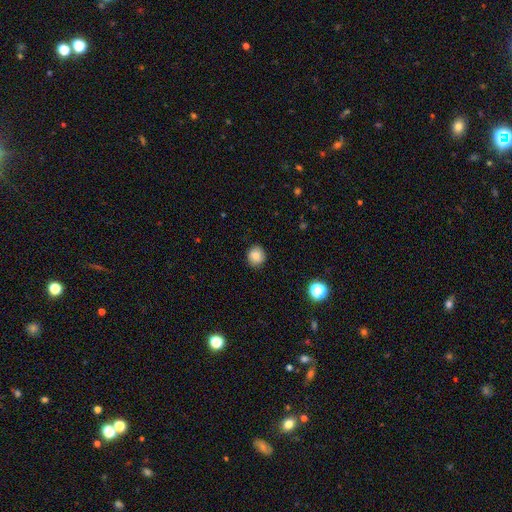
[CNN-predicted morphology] A smooth galaxy with no disk features (83%) that is round (88%). Merging: none (87%).